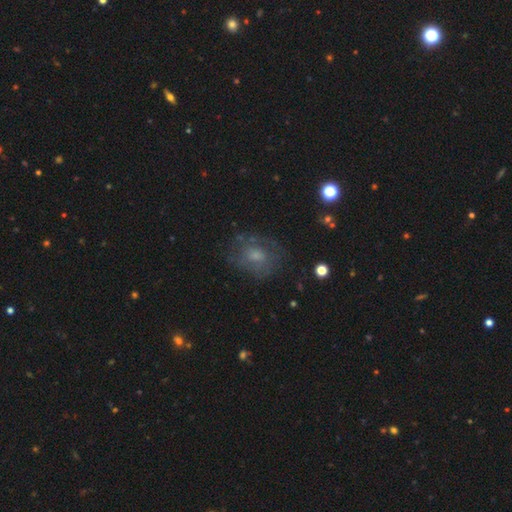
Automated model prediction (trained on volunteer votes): The model was most divided on "smooth or featured": featured or disk: 48%, smooth: 39%, star or artifact: 13%. More confident: merging — none (65%).